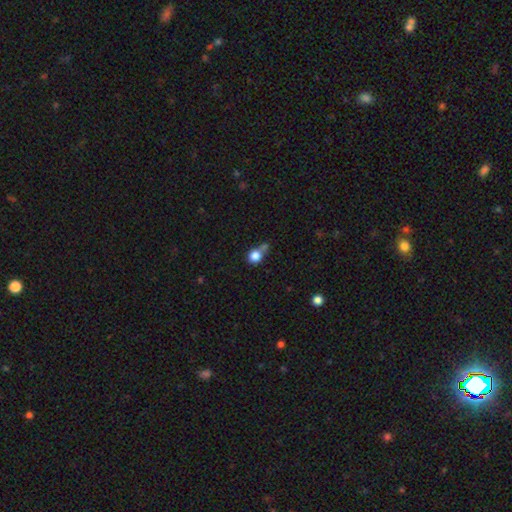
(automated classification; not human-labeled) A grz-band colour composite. It shows a smooth galaxy with no disk features (81%) that is round (80%). Merging: none (43%).